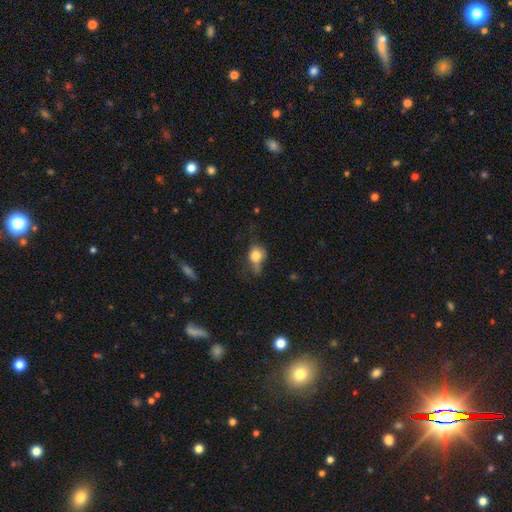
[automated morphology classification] Smooth or featured? Predicted: smooth (p=0.71). How rounded? Predicted: round (p=0.52). Merging? Predicted: none (p=0.34, tied with minor disturbance).